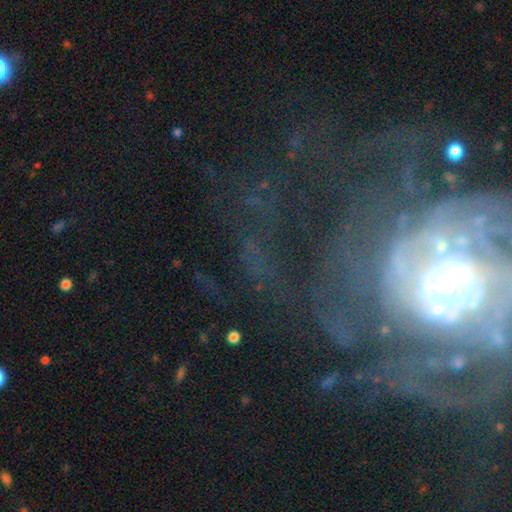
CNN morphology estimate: The model was most divided on "bulge size": moderate: 46%, small: 33%, large: 10%, none: 7%, dominant: 4%. Remaining: edge-on disk — no (92%); smooth or featured — featured or disk (65%); spiral arms — yes (64%); bar — no (56%); merging — none (48%).